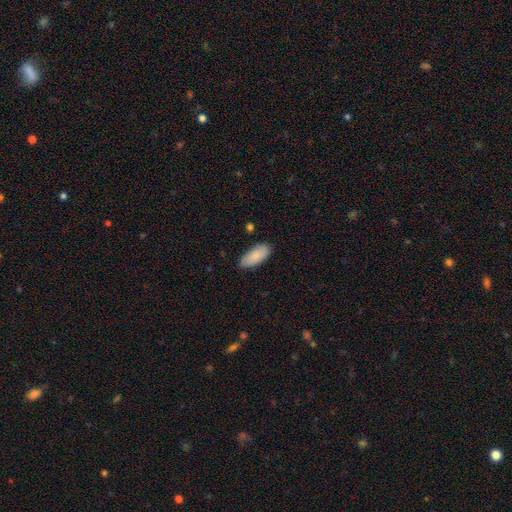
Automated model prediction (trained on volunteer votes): The model was most divided on "merging": none: 80%, minor disturbance: 16%, major disturbance: 3%, merger: 2%. More confident: how rounded — in between (88%); smooth or featured — smooth (85%).